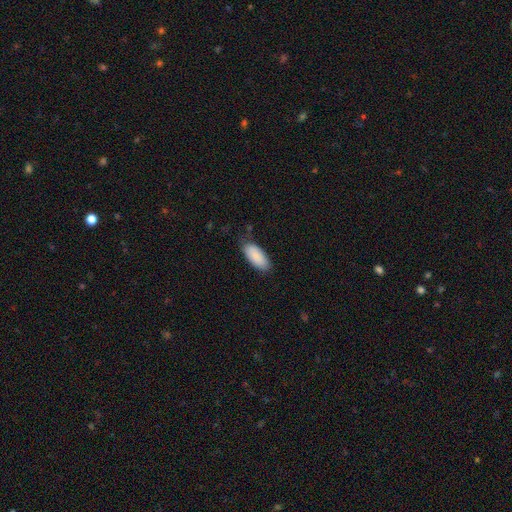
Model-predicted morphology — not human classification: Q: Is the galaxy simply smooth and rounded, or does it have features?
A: smooth — 89%.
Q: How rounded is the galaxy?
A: in between — 89%.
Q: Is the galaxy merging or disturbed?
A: none — 76%.